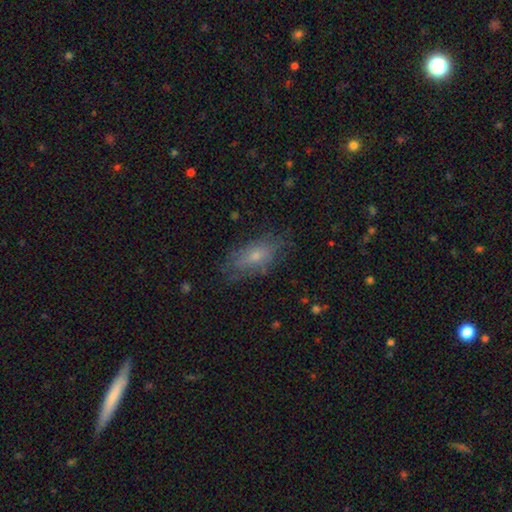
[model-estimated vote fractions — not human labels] The model was most divided on "smooth or featured": smooth: 58%, featured or disk: 32%, star or artifact: 11%. More confident: how rounded — in between (82%); merging — none (71%).